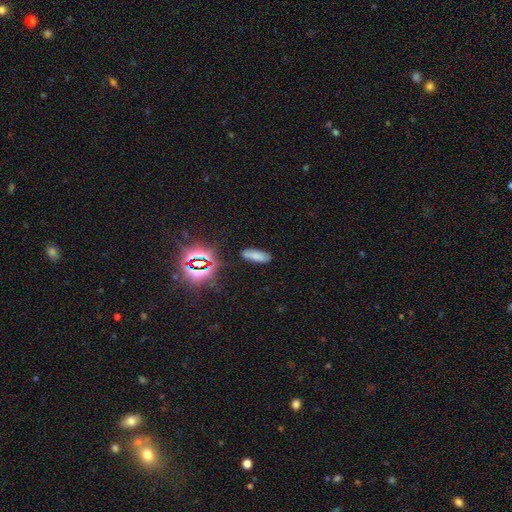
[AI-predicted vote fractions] Overall: smooth (70%). How rounded: in between (58%; cigar-shaped 38%). Merging: none (81%).